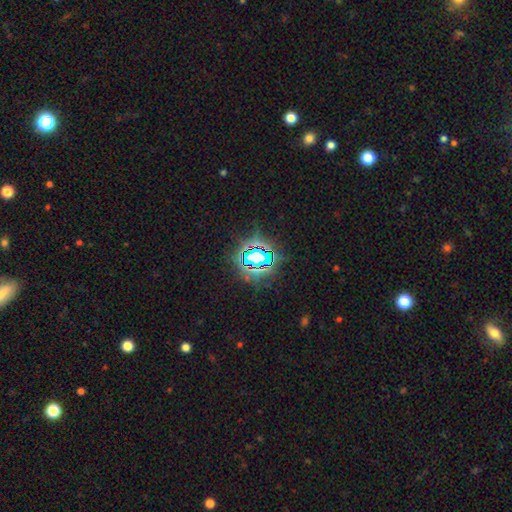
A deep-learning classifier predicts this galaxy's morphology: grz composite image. It shows a star or artifact, not a galaxy (72%).